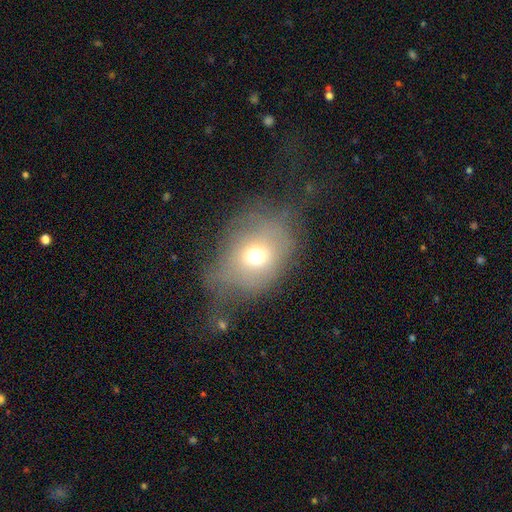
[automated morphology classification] Smooth or featured: smooth — 63% (featured or disk — 23%)
How rounded: round — 50% (in between — 49%)
Merging: none — 39% (major disturbance — 33%)